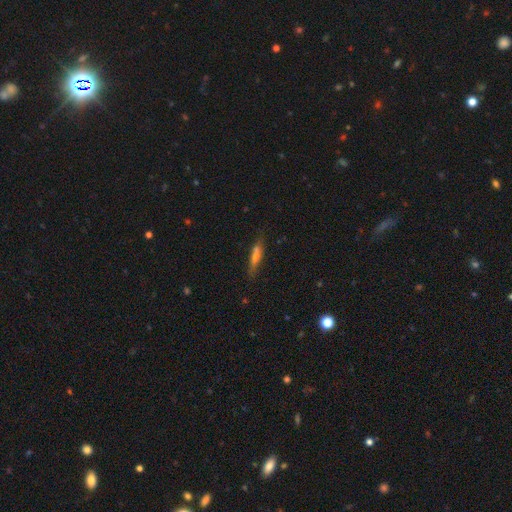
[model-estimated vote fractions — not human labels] Smooth or featured?
  - smooth: 47% *
  - featured or disk: 42%
  - star or artifact: 11%
Merging?
  - none: 74% *
  - minor disturbance: 17%
  - merger: 5%
  - major disturbance: 5%